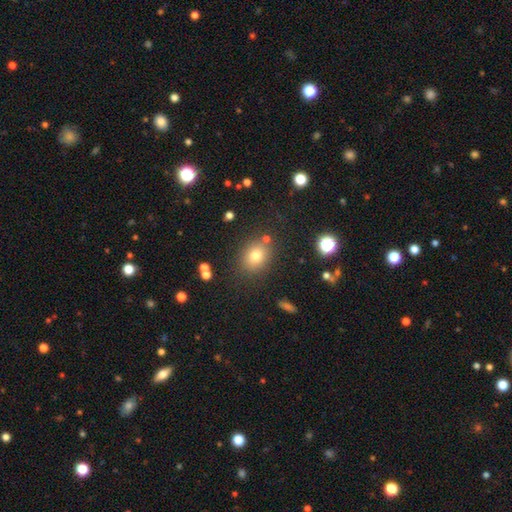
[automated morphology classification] Smooth or featured?
  - smooth: 75% *
  - star or artifact: 15%
  - featured or disk: 10%
How rounded?
  - round: 57% *
  - in between: 42%
  - cigar-shaped: 1%
Merging?
  - none: 80% *
  - minor disturbance: 11%
  - merger: 6%
  - major disturbance: 4%